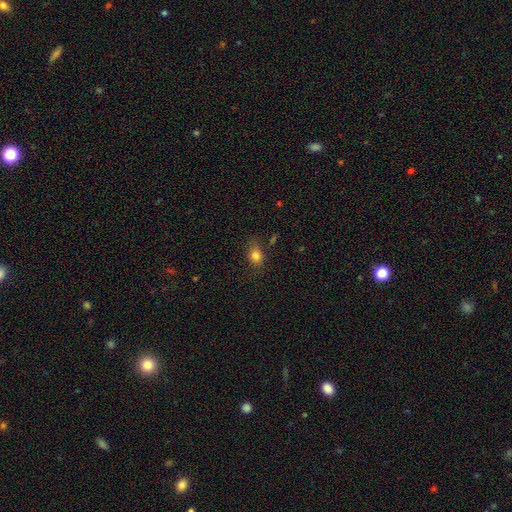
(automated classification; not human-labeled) smooth_or_featured: smooth (p=0.80) [alt: star or artifact p=0.12]
how_rounded: in between (p=0.60) [alt: round p=0.38]
merging: none (p=0.72) [alt: minor disturbance p=0.19]